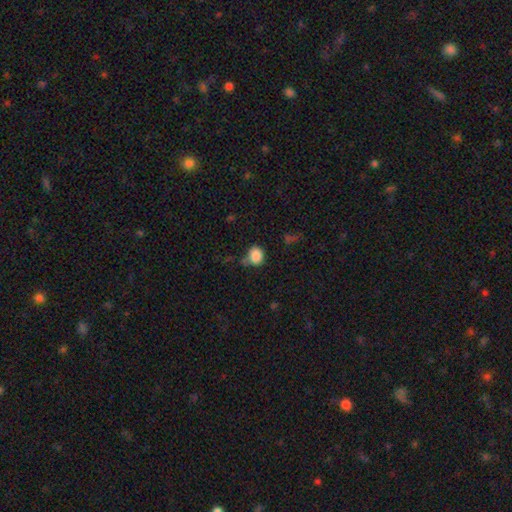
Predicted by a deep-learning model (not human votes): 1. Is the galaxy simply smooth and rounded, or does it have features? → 86% smooth, 9% star or artifact, 4% featured or disk.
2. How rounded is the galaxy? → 75% round, 24% in between, 1% cigar-shaped.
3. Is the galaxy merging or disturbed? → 60% none, 23% minor disturbance, 9% merger, 8% major disturbance.